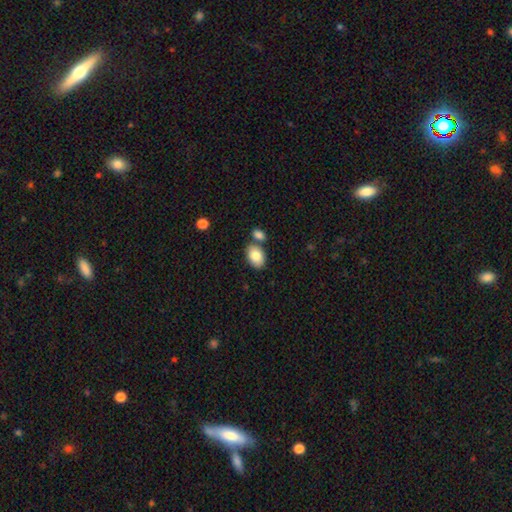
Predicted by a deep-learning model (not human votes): This appears to be a smooth galaxy with no disk features (83%) that is in between round and cigar-shaped (87%). Merging: none (65%).